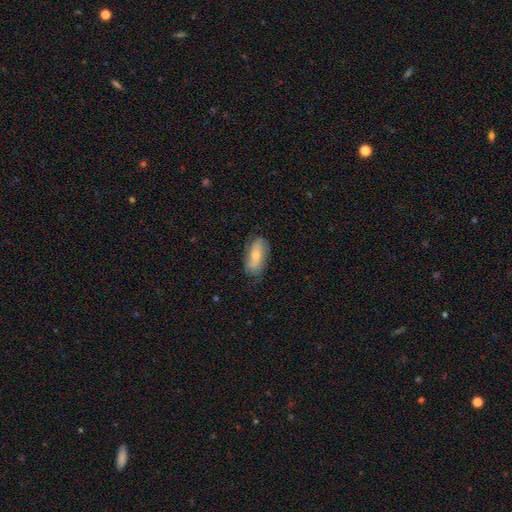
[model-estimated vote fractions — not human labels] This is possibly a smooth galaxy (53%). How rounded: clearly in between (85%). Merging: likely none (73%).